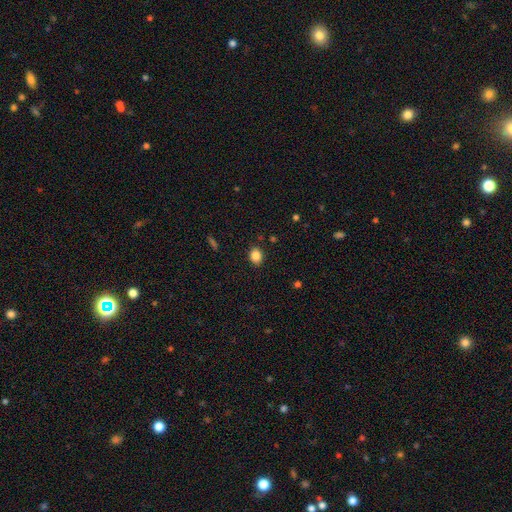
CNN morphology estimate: A smooth galaxy with no disk features (86%) that is in between round and cigar-shaped (50%).

Vote fractions:
- Smooth or featured? smooth: 86% / star or artifact: 10% / featured or disk: 5%
- How rounded? in between: 50% / round: 49% / cigar-shaped: 1%
- Merging? none: 88% / minor disturbance: 9% / major disturbance: 2% / merger: 1%